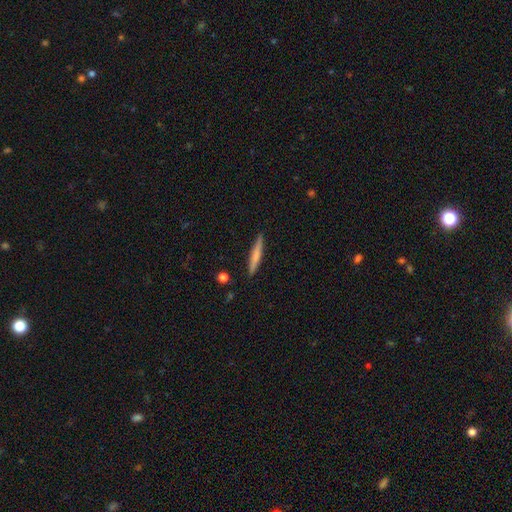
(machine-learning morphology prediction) This appears to be a smooth galaxy with no disk features (64%) that is cigar-shaped (95%). Merging: none (91%).